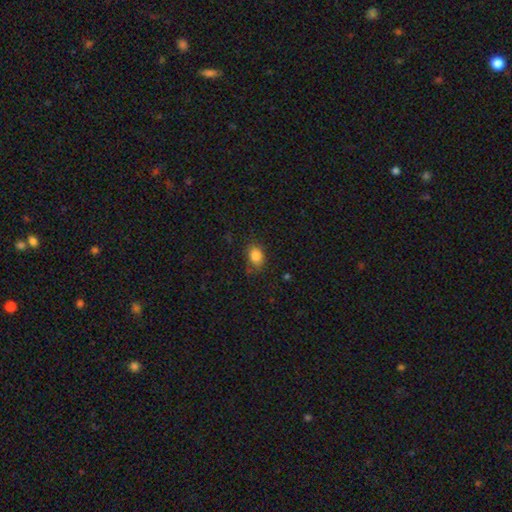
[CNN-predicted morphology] smooth_or_featured: smooth (p=0.85) [alt: star or artifact p=0.10]
how_rounded: in between (p=0.59) [alt: round p=0.40]
merging: none (p=0.75) [alt: minor disturbance p=0.19]